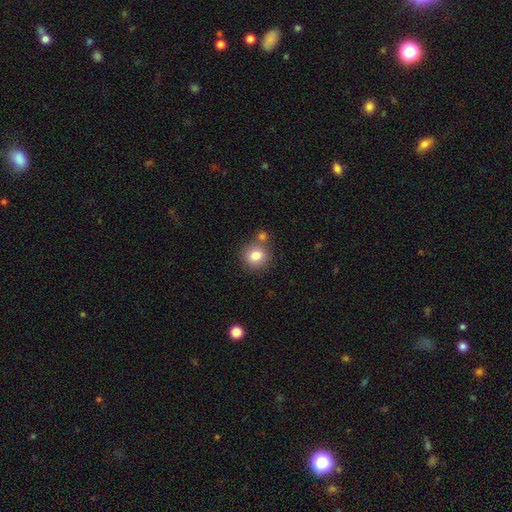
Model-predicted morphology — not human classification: Smooth or featured?
  - smooth: 81% *
  - star or artifact: 10%
  - featured or disk: 8%
How rounded?
  - round: 87% *
  - in between: 12%
  - cigar-shaped: 1%
Merging?
  - none: 68% *
  - merger: 18%
  - minor disturbance: 11%
  - major disturbance: 3%